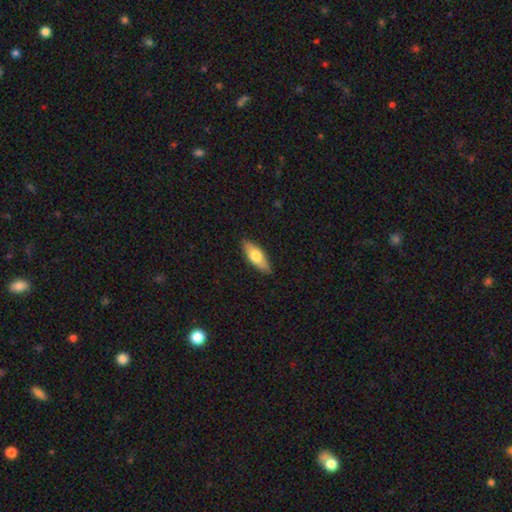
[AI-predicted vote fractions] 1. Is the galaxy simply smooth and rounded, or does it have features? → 67% smooth, 28% featured or disk, 6% star or artifact.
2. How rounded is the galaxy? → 71% in between, 26% cigar-shaped, 3% round.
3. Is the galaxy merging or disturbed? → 87% none, 10% minor disturbance, 2% major disturbance, 1% merger.